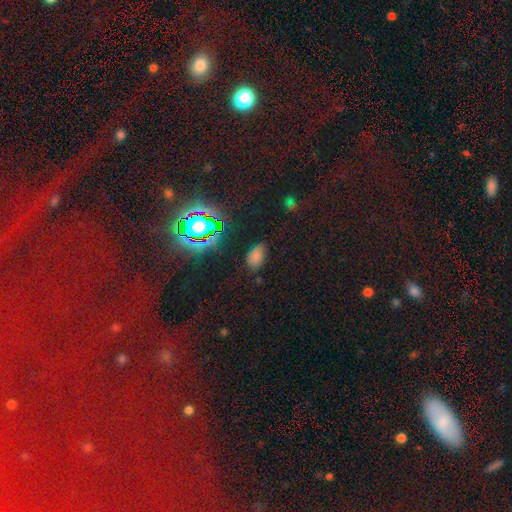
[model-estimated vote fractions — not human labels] This is likely a smooth galaxy (64%). How rounded: clearly in between (89%). Merging: likely none (71%).